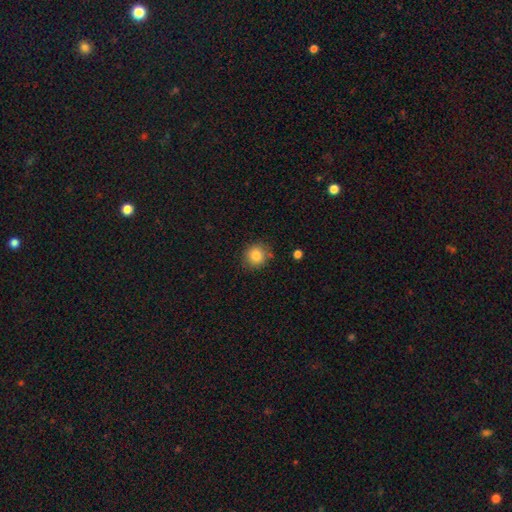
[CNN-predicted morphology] A smooth galaxy with no disk features (84%) that is round (86%).

Vote fractions:
- Smooth or featured? smooth: 84% / star or artifact: 10% / featured or disk: 6%
- How rounded? round: 86% / in between: 13% / cigar-shaped: 1%
- Merging? none: 83% / minor disturbance: 12% / major disturbance: 3% / merger: 3%